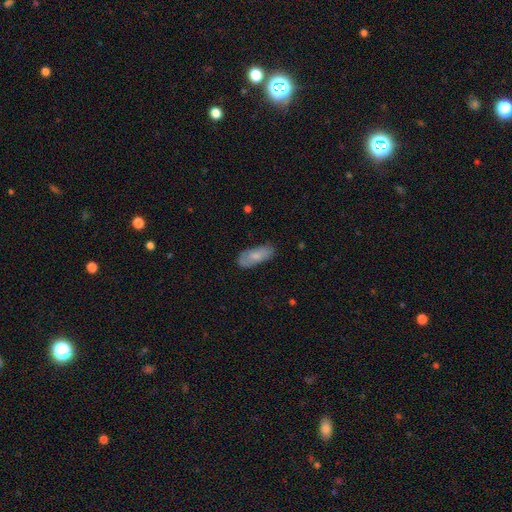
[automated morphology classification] Smooth or featured? Predicted: smooth (p=0.72). How rounded? Predicted: in between (p=0.78). Merging? Predicted: none (p=0.75).